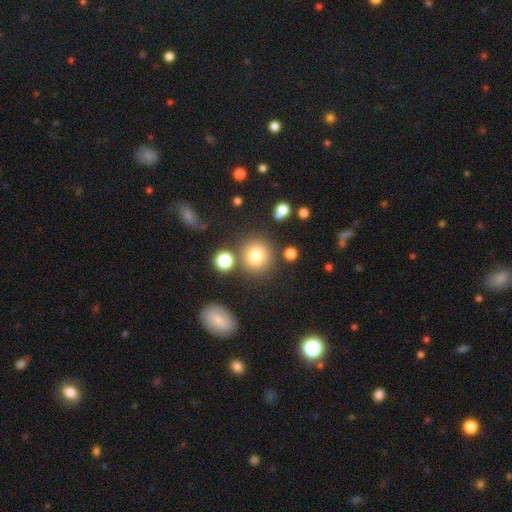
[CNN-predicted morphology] Smooth or featured? smooth (77%)
How rounded? round (91%)
Merging? none (80%)